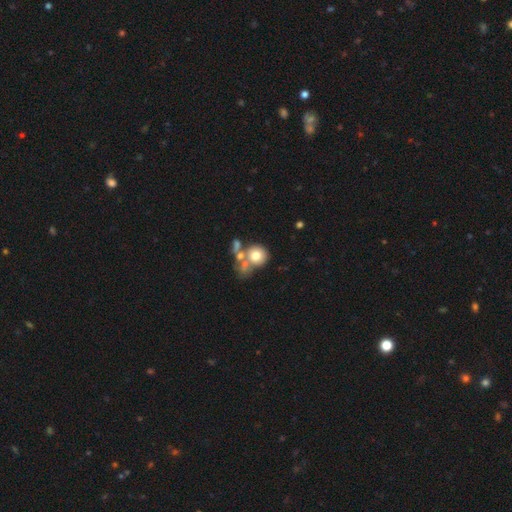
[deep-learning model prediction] smooth_or_featured: smooth (p=0.65) [alt: featured or disk p=0.24]
how_rounded: round (p=0.80) [alt: in between p=0.19]
merging: merger (p=0.43) [alt: none p=0.36]